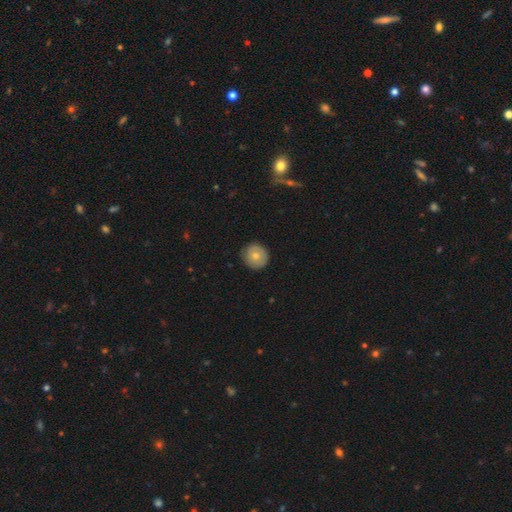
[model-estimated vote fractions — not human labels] Overall: smooth (69%). How rounded: round (91%). Merging: none (87%).